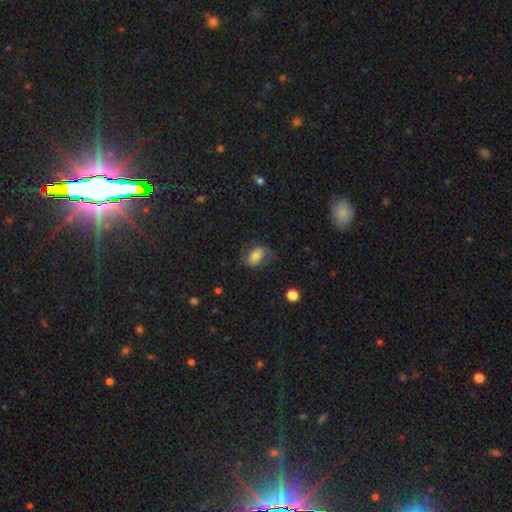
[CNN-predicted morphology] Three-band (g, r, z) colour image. It shows a smooth galaxy with no disk features (62%) that is in between round and cigar-shaped (85%). Merging: none (61%).